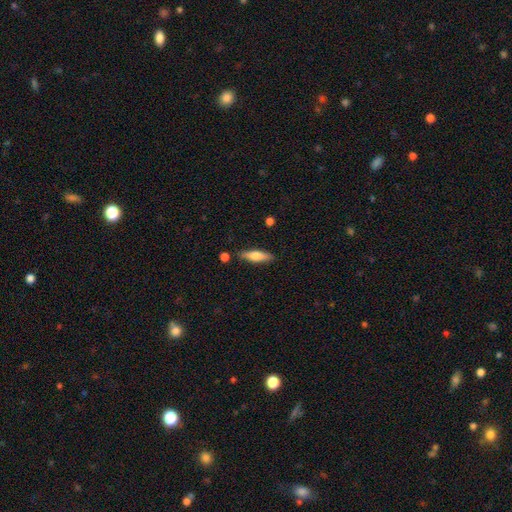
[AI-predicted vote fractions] Morphology: type=smooth (63%); roundness=cigar-shaped (61%); merging=none (83%).